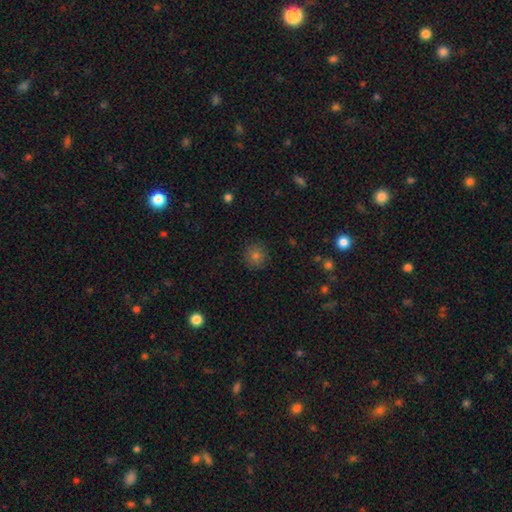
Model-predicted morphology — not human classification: smooth-or-featured: smooth: 76% | star or artifact: 15% | featured or disk: 8%
  how-rounded: round: 93% | in between: 6% | cigar-shaped: 1%
  merging: none: 89% | minor disturbance: 7% | major disturbance: 2% | merger: 1%